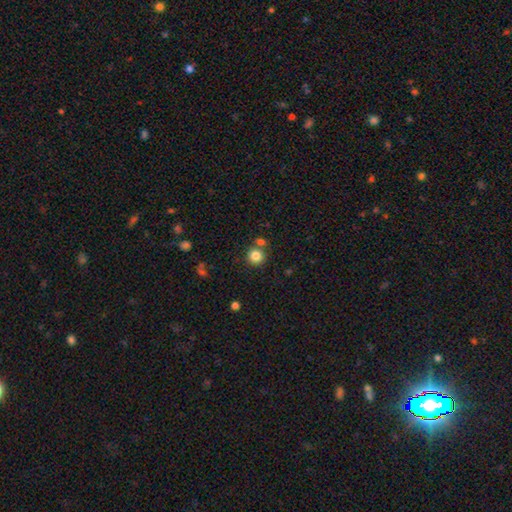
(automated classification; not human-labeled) Smooth or featured: smooth — 84% (star or artifact — 11%)
How rounded: round — 92% (in between — 7%)
Merging: none — 74% (merger — 15%)